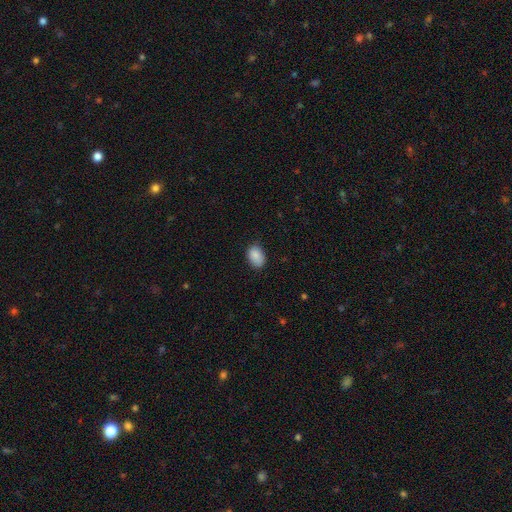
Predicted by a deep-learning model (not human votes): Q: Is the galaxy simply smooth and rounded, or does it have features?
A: smooth — 87%.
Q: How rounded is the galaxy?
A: in between — 83%.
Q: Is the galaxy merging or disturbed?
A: none — 75%.